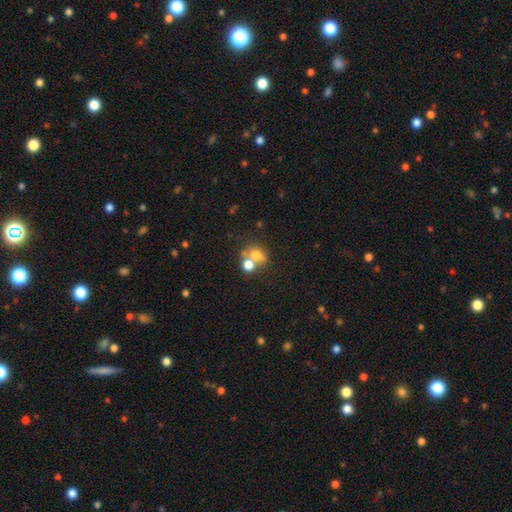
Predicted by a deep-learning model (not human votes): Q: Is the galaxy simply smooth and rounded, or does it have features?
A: smooth — 68%.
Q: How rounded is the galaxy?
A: round — 62%.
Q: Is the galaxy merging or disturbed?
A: merger — 48%.